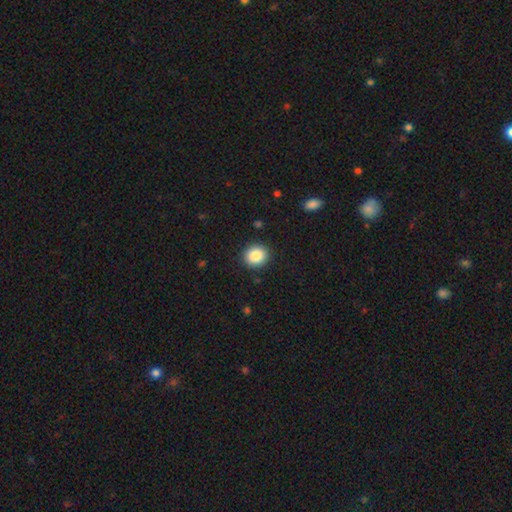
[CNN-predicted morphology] Smooth or featured? smooth (87%)
How rounded? round (82%)
Merging? none (91%)